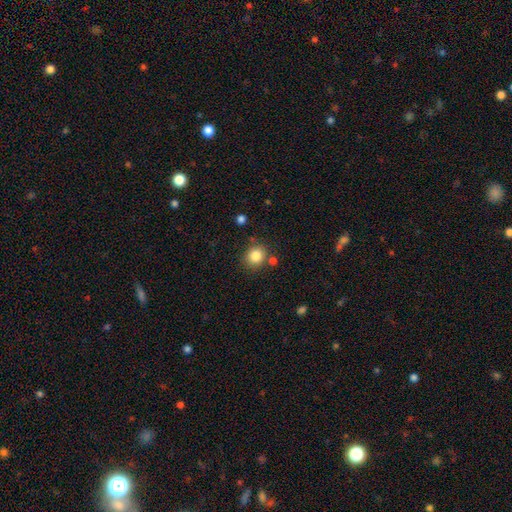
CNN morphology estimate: This is clearly a smooth galaxy (84%). How rounded: clearly round (81%). Merging: likely none (78%).